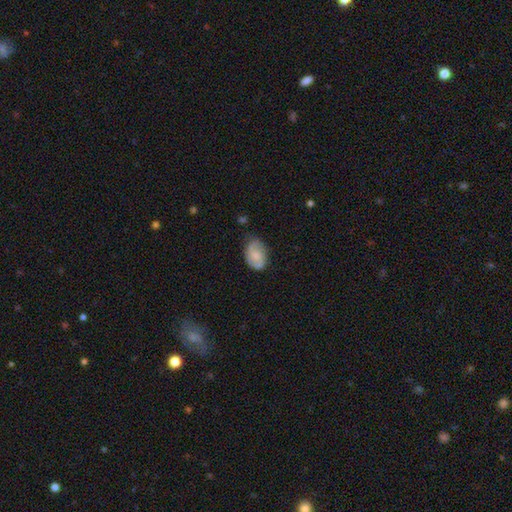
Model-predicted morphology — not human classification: A featured or disk galaxy (60%) with no bar (62%), 2 (81%) medium (47%) spiral arms (89%) and a moderate central bulge (35%).

Vote fractions:
- Smooth or featured? featured or disk: 60% / smooth: 33% / star or artifact: 7%
- Edge-on disk? no: 97% / yes: 3%
- Bar? no: 62% / weak: 34% / strong: 5%
- Spiral arms? yes: 89% / no: 11%
- Spiral winding? medium: 47% / tight: 36% / loose: 18%
- Spiral arm count? 2: 81% / can't tell: 10% / 1: 4% / 3: 2% / 4: 1% / more than 4: 1%
- Bulge size? moderate: 35% / small: 28% / none: 26% / large: 10% / dominant: 2%
- Merging? none: 71% / minor disturbance: 22% / major disturbance: 6% / merger: 2%